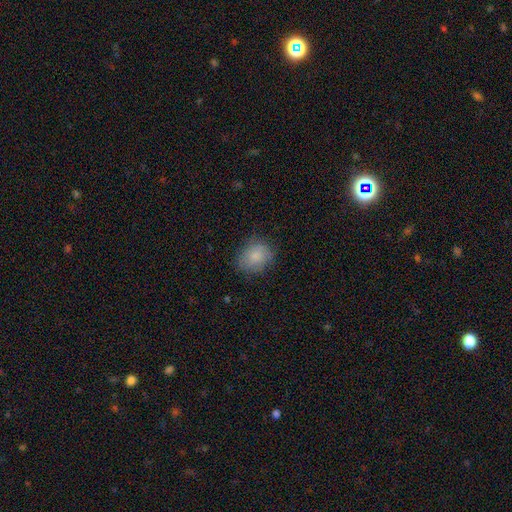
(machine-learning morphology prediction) A smooth galaxy with no disk features (82%) that is round (53%).

Vote fractions:
- Smooth or featured? smooth: 82% / featured or disk: 11% / star or artifact: 8%
- How rounded? round: 53% / in between: 46% / cigar-shaped: 1%
- Merging? none: 75% / minor disturbance: 19% / major disturbance: 5% / merger: 1%